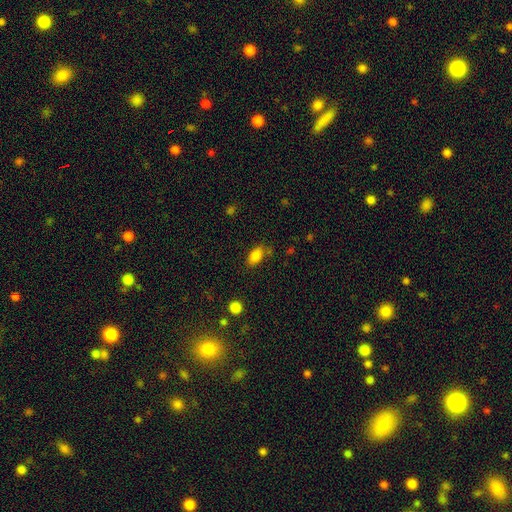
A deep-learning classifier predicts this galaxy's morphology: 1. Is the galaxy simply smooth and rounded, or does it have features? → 84% smooth, 9% star or artifact, 7% featured or disk.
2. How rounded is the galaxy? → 90% in between, 6% round, 4% cigar-shaped.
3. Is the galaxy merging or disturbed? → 71% none, 18% minor disturbance, 5% merger, 5% major disturbance.